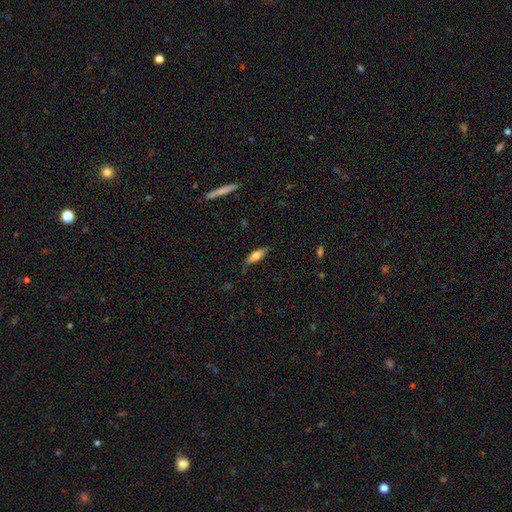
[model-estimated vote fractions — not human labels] Smooth or featured? Predicted: smooth (p=0.74). How rounded? Predicted: in between (p=0.57). Merging? Predicted: none (p=0.74).